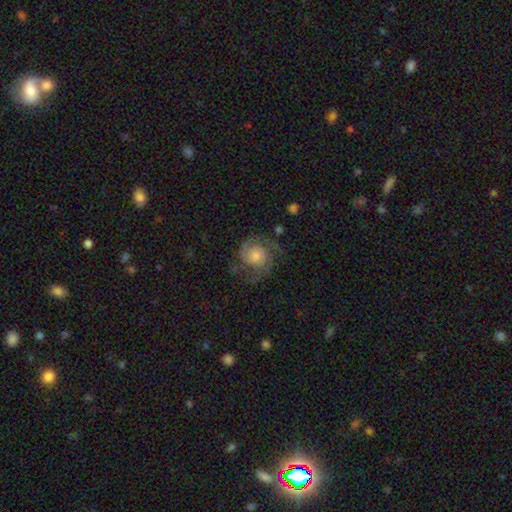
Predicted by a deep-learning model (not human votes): Smooth or featured: featured or disk — 77% (smooth — 16%)
Edge-on disk: no — 98% (yes — 2%)
Bar: no — 76% (weak — 21%)
Spiral arms: yes — 95% (no — 5%)
Spiral winding: medium — 43% (tight — 42%)
Spiral arm count: 2 — 71% (can't tell — 10%)
Bulge size: moderate — 48% (small — 31%)
Merging: none — 68% (minor disturbance — 18%)